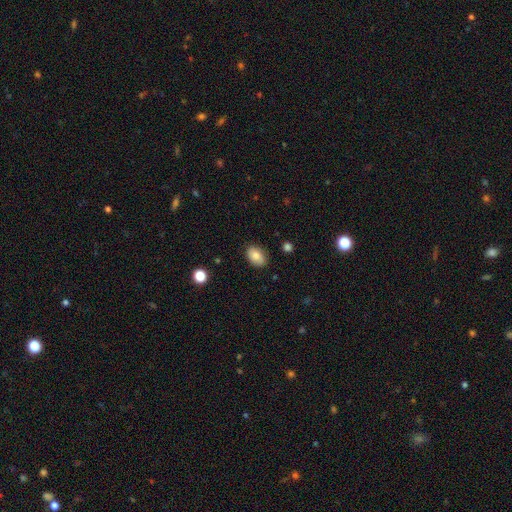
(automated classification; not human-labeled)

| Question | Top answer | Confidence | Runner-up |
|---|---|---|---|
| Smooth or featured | smooth | 83% | featured or disk (9%) |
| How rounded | in between | 84% | round (15%) |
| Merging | none | 85% | minor disturbance (12%) |